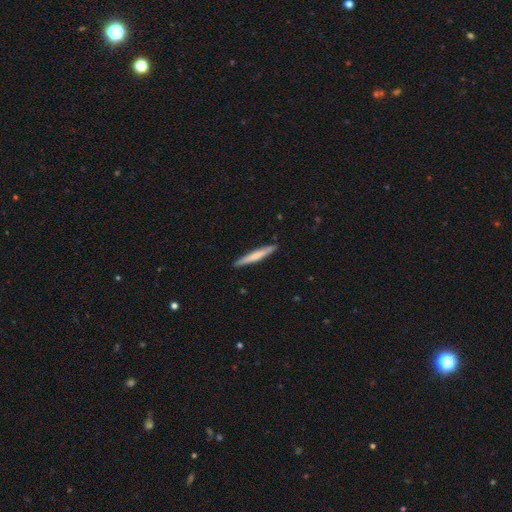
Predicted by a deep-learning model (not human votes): A smooth galaxy with no disk features (60%) that is cigar-shaped (96%). Merging: none (91%).